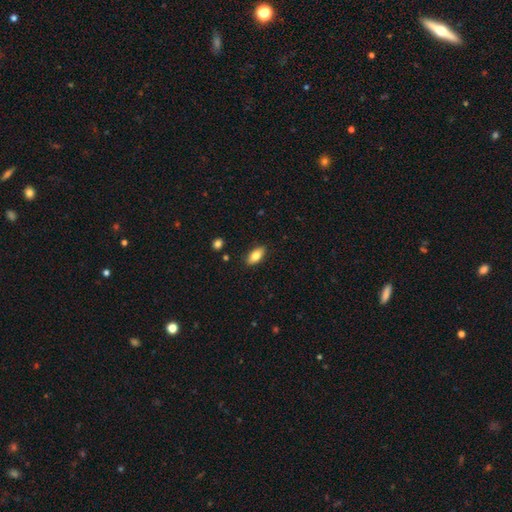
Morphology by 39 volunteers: This appears to be a smooth galaxy with no disk features (79%) that is in between round and cigar-shaped (81%). Merging: none (92%).